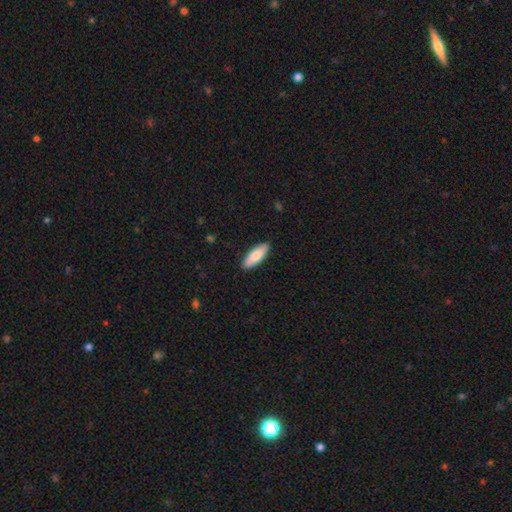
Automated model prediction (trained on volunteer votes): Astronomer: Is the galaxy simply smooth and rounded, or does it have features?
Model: smooth — 79%.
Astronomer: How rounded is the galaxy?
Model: in between — 68%.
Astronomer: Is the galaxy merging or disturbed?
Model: none — 90%.